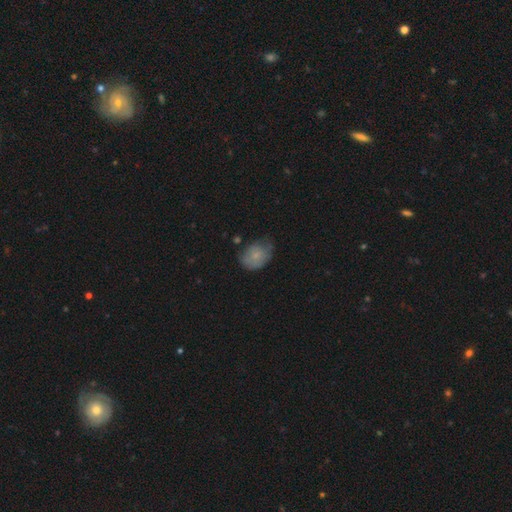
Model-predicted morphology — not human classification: Smooth or featured? Predicted: smooth (p=0.73). How rounded? Predicted: in between (p=0.64). Merging? Predicted: none (p=0.48).